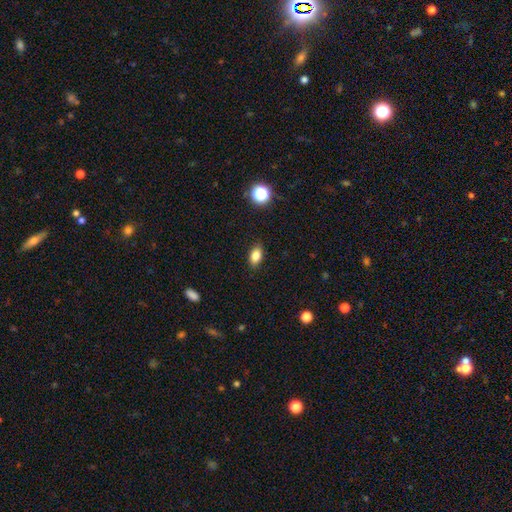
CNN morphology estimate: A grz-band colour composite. It shows a smooth galaxy with no disk features (83%) that is in between round and cigar-shaped (86%). Merging: none (87%).